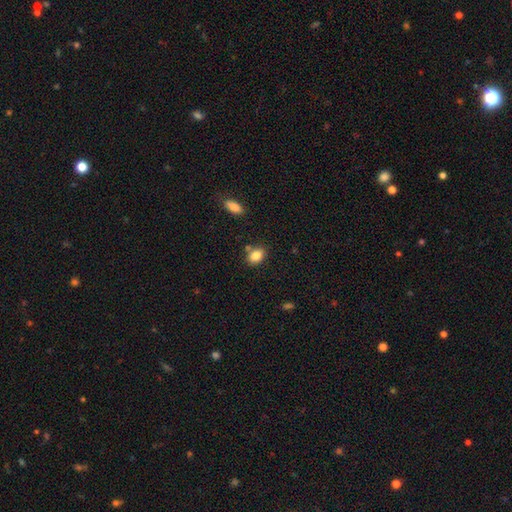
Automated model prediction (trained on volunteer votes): The model was most divided on "how rounded": in between: 74%, round: 24%, cigar-shaped: 1%. More confident: smooth or featured — smooth (85%); merging — none (71%).